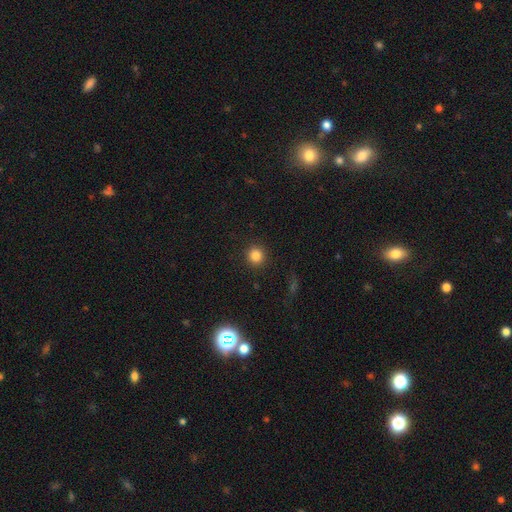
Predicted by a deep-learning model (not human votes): The model was most divided on "smooth or featured": smooth: 83%, star or artifact: 12%, featured or disk: 5%. More confident: how rounded — round (93%); merging — none (91%).